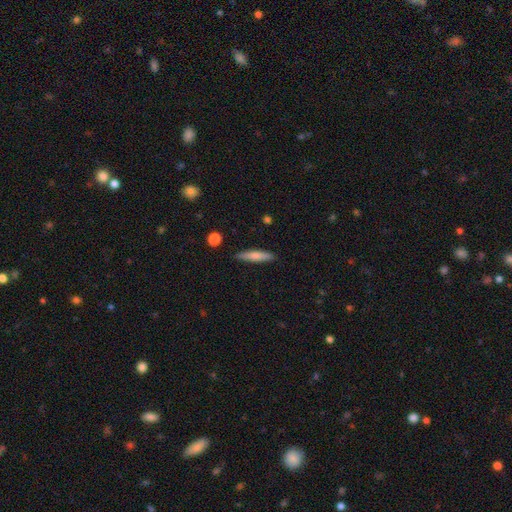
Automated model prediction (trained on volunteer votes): Overall: smooth (69%). How rounded: cigar-shaped (86%). Merging: none (87%).